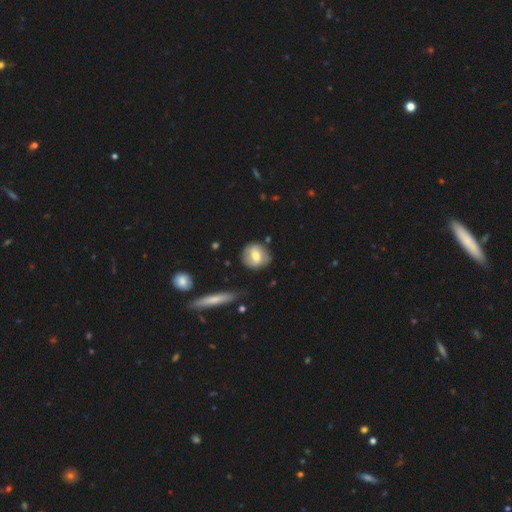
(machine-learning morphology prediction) smooth 49%, featured or disk 44%, star or artifact 7%. Down the decision tree: merging — none (75%).